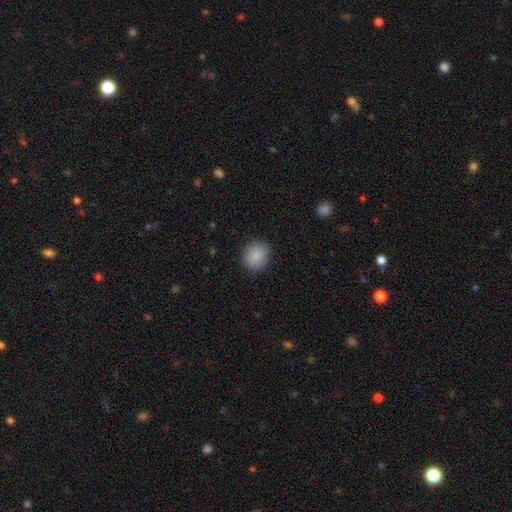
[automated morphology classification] smooth 88%, star or artifact 8%, featured or disk 5%. Down the decision tree: how rounded — round (78%); merging — none (88%).